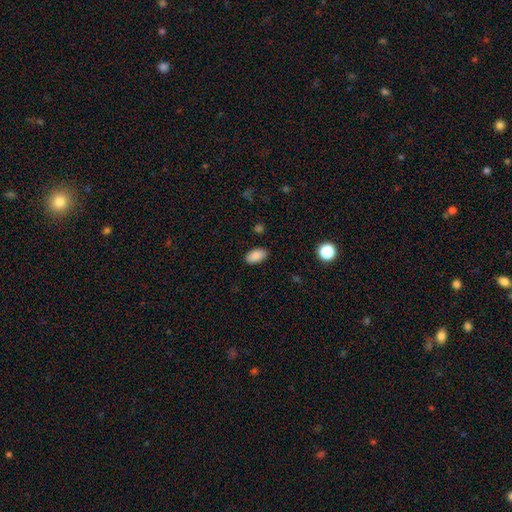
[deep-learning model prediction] The model was most divided on "merging": none: 88%, minor disturbance: 9%, major disturbance: 2%, merger: 1%. More confident: how rounded — in between (94%); smooth or featured — smooth (88%).